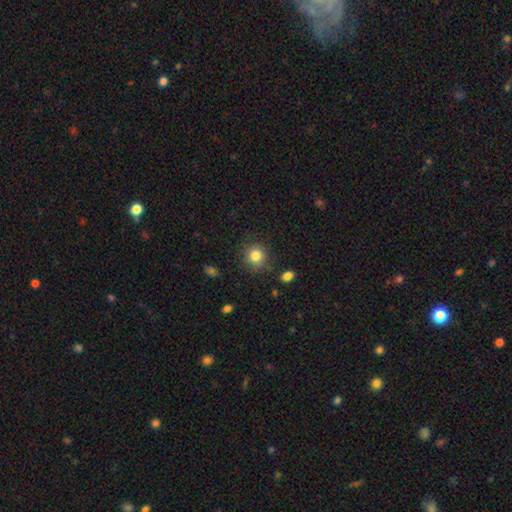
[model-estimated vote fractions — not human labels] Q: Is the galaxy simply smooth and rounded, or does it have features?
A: smooth — 83%.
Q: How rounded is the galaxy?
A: round — 89%.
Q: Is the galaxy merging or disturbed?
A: none — 85%.